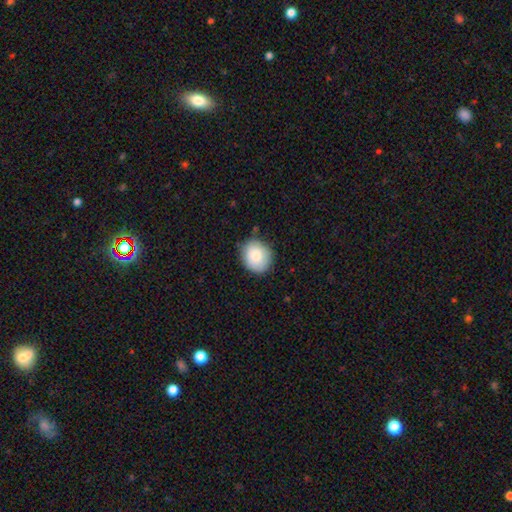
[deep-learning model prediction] This is clearly a smooth galaxy (84%). How rounded: likely round (73%). Merging: clearly none (82%).